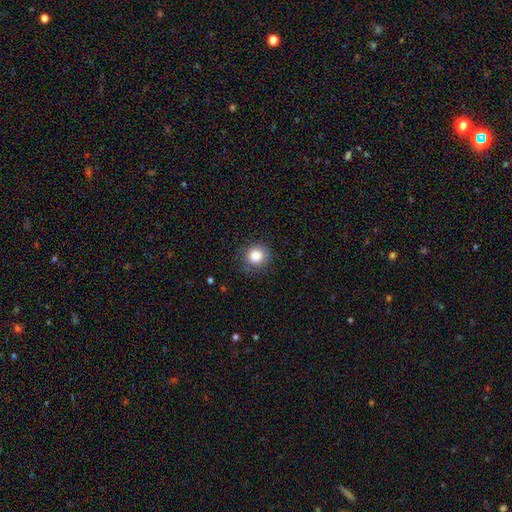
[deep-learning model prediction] Q: Smooth or featured?
A: smooth (84%); runner-up: star or artifact (10%)
Q: How rounded?
A: round (91%); runner-up: in between (9%)
Q: Merging?
A: none (82%); runner-up: minor disturbance (13%)